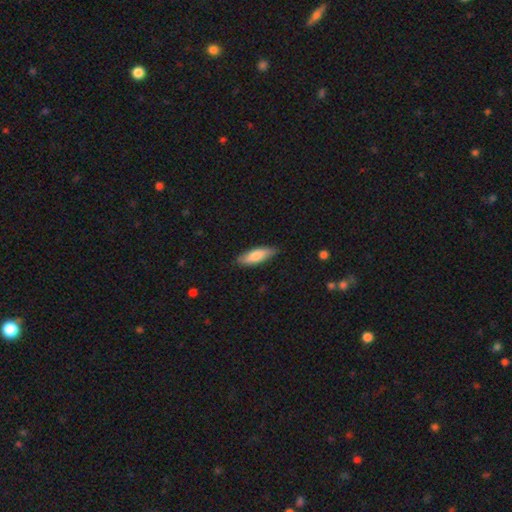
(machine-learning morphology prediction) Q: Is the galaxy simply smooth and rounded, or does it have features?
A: smooth — 80%.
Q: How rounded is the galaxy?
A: in between — 55%.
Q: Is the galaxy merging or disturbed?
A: none — 83%.